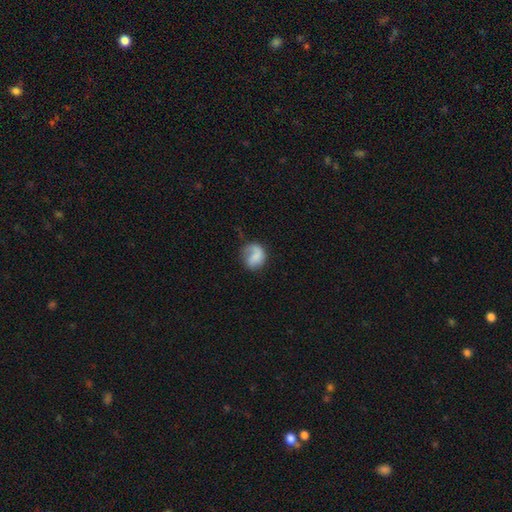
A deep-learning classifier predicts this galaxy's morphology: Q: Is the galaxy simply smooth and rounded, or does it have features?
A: smooth — 60%.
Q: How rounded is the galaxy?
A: round — 61%.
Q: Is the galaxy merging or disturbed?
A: none — 43%.